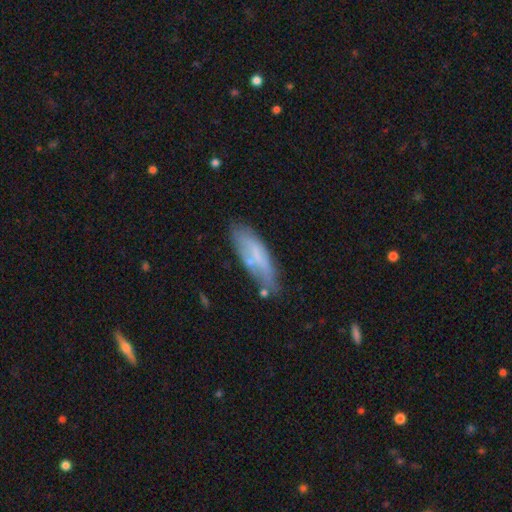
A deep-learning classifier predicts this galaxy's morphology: Smooth or featured?
  - smooth: 58% *
  - featured or disk: 34%
  - star or artifact: 8%
How rounded?
  - cigar-shaped: 52% *
  - in between: 47%
  - round: 2%
Merging?
  - none: 59% *
  - minor disturbance: 26%
  - major disturbance: 8%
  - merger: 6%